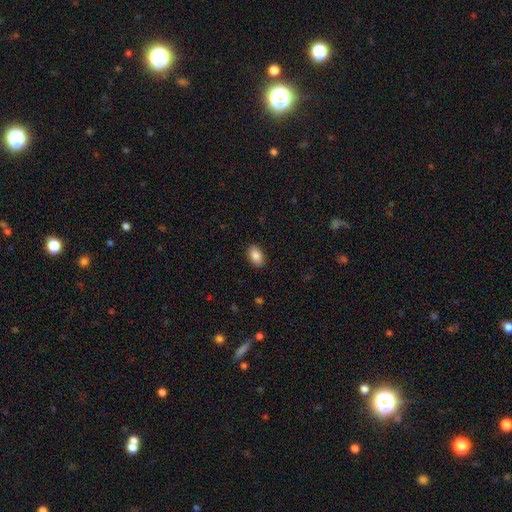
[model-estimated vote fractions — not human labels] Overall: smooth (87%). How rounded: in between (89%). Merging: none (90%).